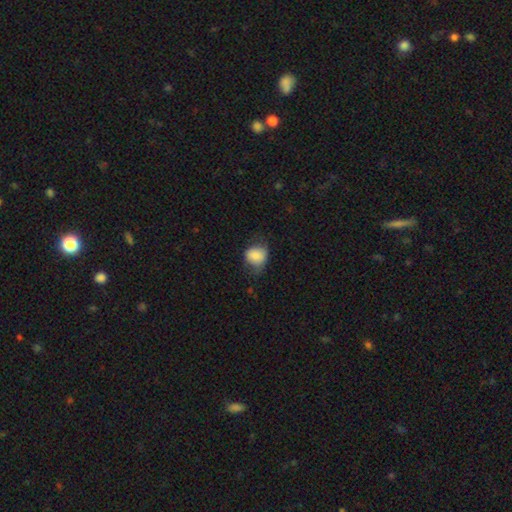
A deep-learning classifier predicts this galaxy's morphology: This is likely a smooth galaxy (80%). How rounded: likely round (62%). Merging: possibly none (50%).